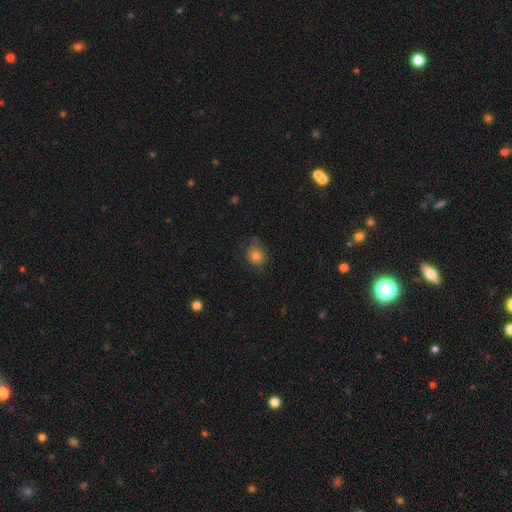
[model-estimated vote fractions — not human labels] smooth_or_featured: smooth (p=0.81) [alt: star or artifact p=0.11]
how_rounded: round (p=0.69) [alt: in between p=0.30]
merging: none (p=0.67) [alt: minor disturbance p=0.24]